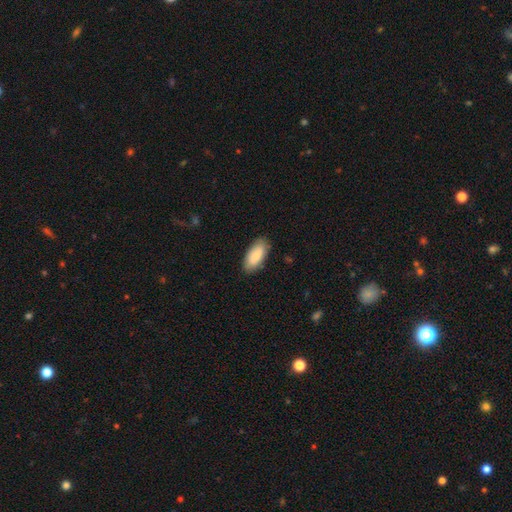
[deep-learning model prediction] Overall: smooth (86%). How rounded: in between (89%). Merging: none (85%).